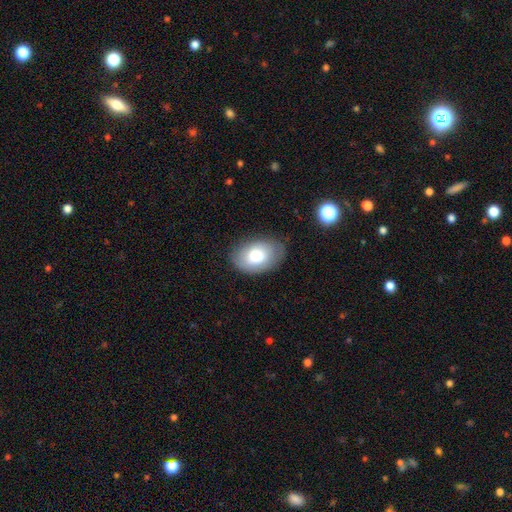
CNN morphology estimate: smooth 77%, featured or disk 16%, star or artifact 7%. Down the decision tree: how rounded — in between (87%); merging — none (80%).